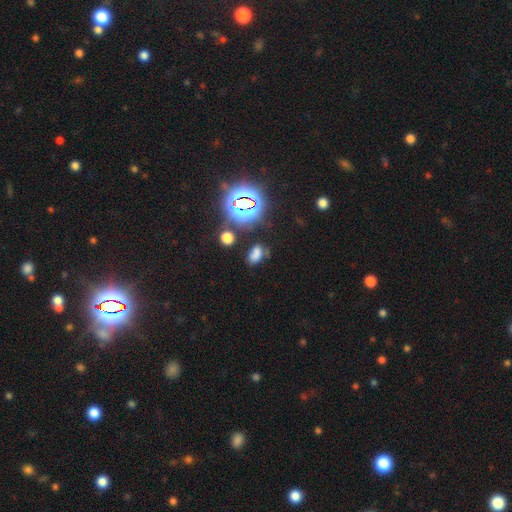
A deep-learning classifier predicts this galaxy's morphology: A smooth galaxy with no disk features (60%) that is in between round and cigar-shaped (85%). Merging: none (65%).